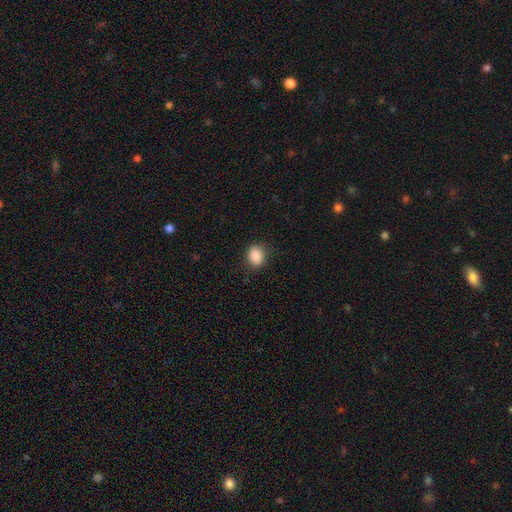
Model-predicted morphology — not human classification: Overall: smooth (87%). How rounded: round (52%; in between 47%). Merging: none (83%).